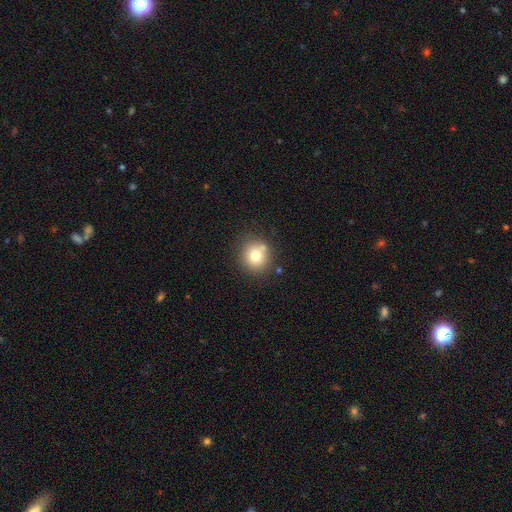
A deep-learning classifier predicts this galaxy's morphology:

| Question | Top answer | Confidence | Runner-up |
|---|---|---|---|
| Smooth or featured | smooth | 75% | featured or disk (13%) |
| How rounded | round | 87% | in between (12%) |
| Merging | none | 73% | minor disturbance (12%) |